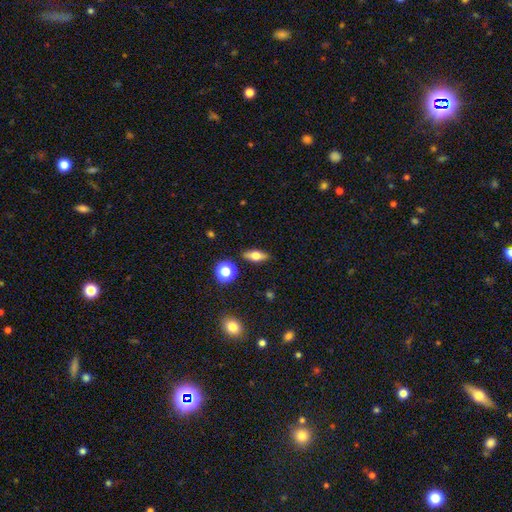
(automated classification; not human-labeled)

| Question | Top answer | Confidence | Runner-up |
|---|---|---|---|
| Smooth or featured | smooth | 61% | featured or disk (28%) |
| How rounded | in between | 67% | cigar-shaped (22%) |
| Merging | none | 87% | minor disturbance (9%) |